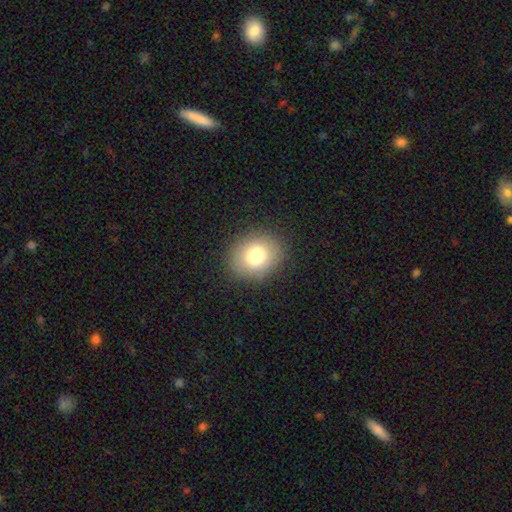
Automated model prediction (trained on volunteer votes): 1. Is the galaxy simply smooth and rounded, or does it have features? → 79% smooth, 11% star or artifact, 10% featured or disk.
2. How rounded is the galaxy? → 67% round, 32% in between, 1% cigar-shaped.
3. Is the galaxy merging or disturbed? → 88% none, 8% minor disturbance, 3% major disturbance, 1% merger.